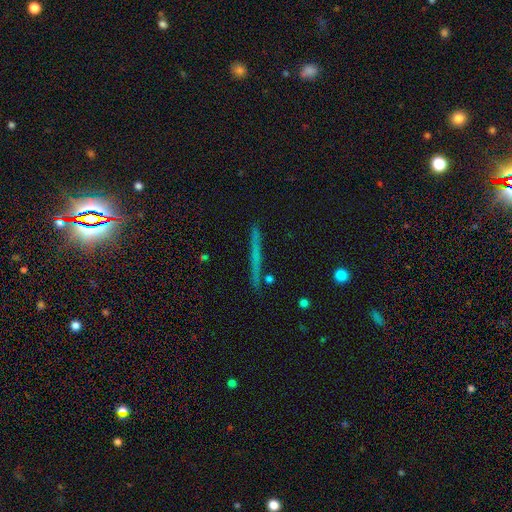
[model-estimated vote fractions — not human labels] A featured or disk galaxy (44%). Merging: none (88%).